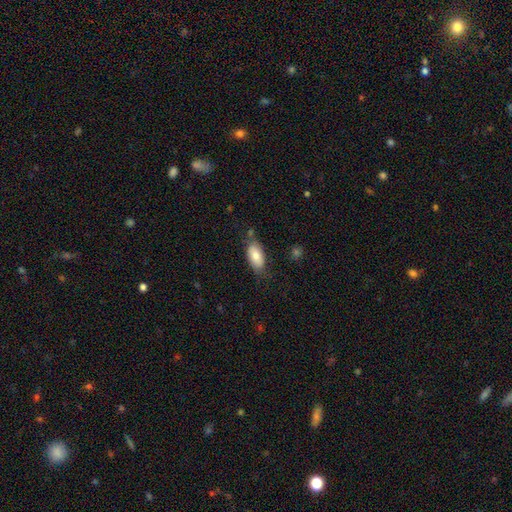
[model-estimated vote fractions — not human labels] Overall: smooth (80%). How rounded: in between (92%). Merging: none (70%).